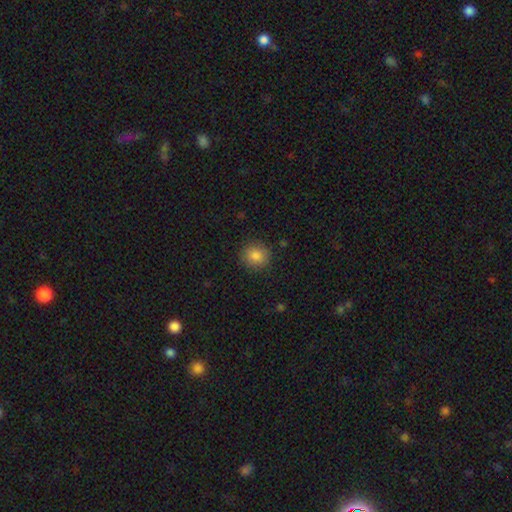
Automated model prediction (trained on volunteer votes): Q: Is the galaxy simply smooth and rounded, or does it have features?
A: smooth — 85%.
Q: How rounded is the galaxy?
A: round — 83%.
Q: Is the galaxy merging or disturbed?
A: none — 86%.